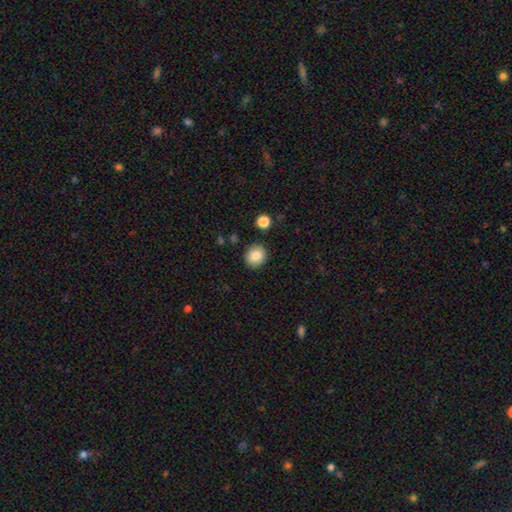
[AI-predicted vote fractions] Smooth or featured? smooth (87%)
How rounded? round (73%)
Merging? none (87%)